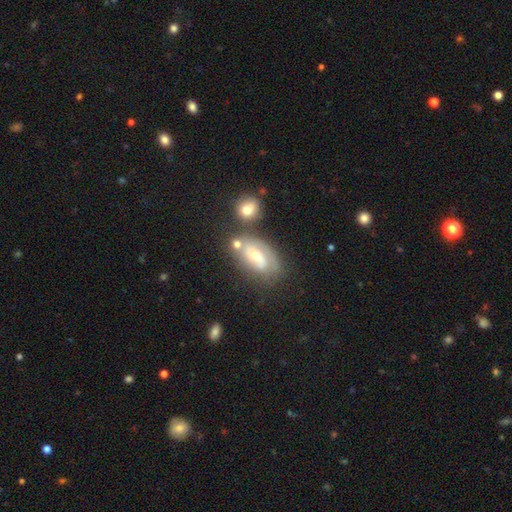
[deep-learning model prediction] Smooth or featured: featured or disk — 62% (smooth — 29%)
Edge-on disk: no — 93% (yes — 7%)
Bar: no — 46% (weak — 40%)
Spiral arms: yes — 78% (no — 22%)
Bulge size: moderate — 50% (small — 45%)
Merging: none — 53% (minor disturbance — 19%)